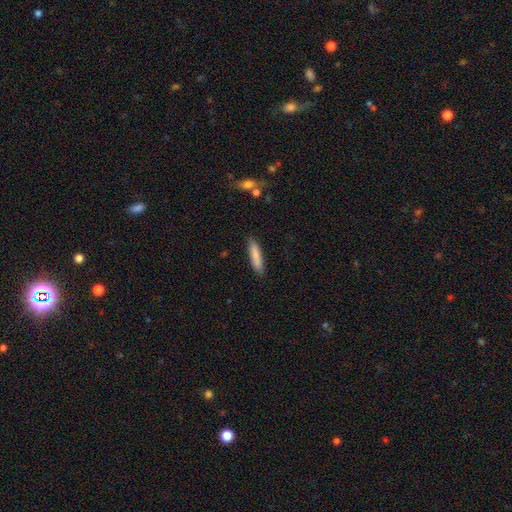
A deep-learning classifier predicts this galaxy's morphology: smooth_or_featured: smooth (p=0.84) [alt: featured or disk p=0.10]
how_rounded: cigar-shaped (p=0.81) [alt: in between p=0.17]
merging: none (p=0.87) [alt: minor disturbance p=0.09]